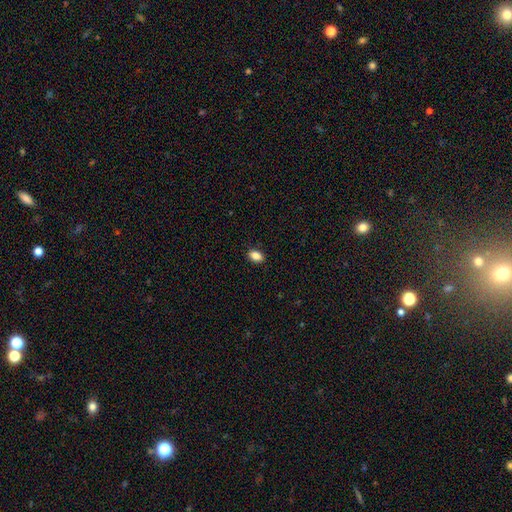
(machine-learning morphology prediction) smooth 88%, star or artifact 9%, featured or disk 4%. Down the decision tree: how rounded — in between (86%); merging — none (89%).